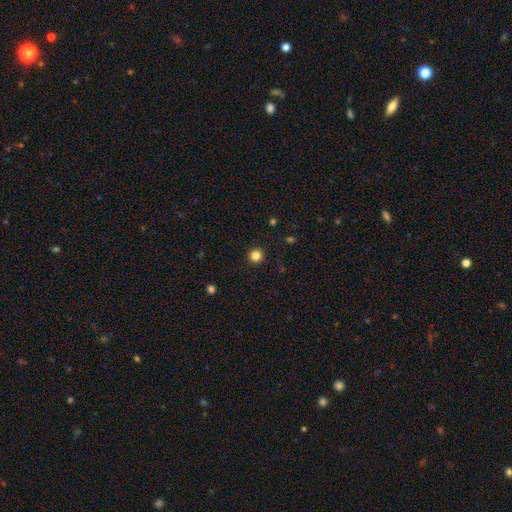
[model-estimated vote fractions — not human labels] Morphology: type=smooth (83%); roundness=round (95%); merging=none (93%).